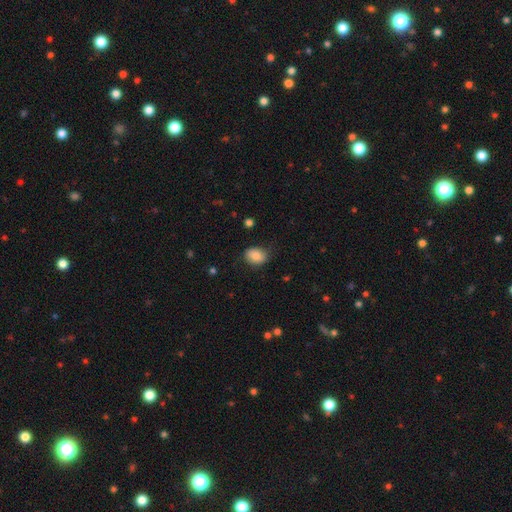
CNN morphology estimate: Smooth or featured? Predicted: smooth (p=0.83). How rounded? Predicted: in between (p=0.62). Merging? Predicted: none (p=0.72).